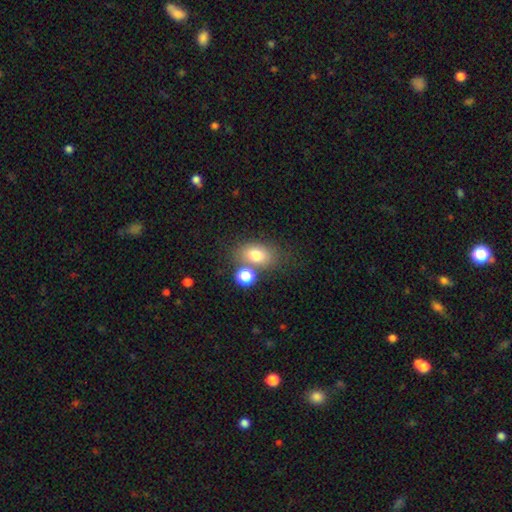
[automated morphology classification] This appears to be a smooth galaxy with no disk features (77%) that is in between round and cigar-shaped (76%). Merging: none (60%).